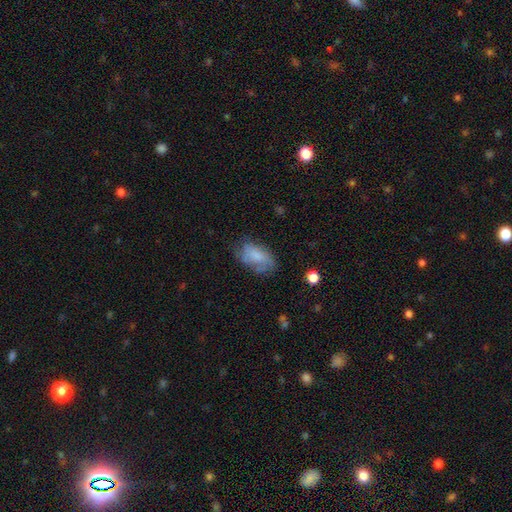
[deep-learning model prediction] Smooth or featured? smooth (68%)
How rounded? in between (92%)
Merging? none (55%)